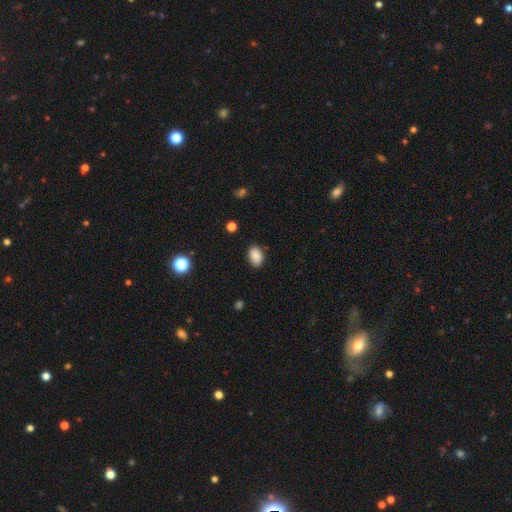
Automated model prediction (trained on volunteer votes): Smooth or featured? Predicted: smooth (p=0.86). How rounded? Predicted: in between (p=0.86). Merging? Predicted: none (p=0.85).